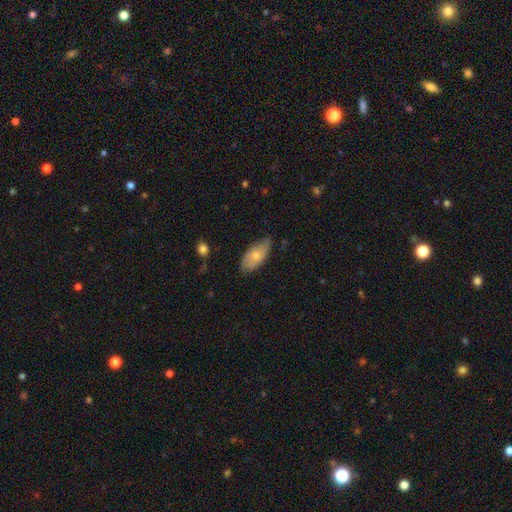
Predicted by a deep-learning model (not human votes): smooth 71%, featured or disk 23%, star or artifact 6%. Down the decision tree: how rounded — in between (92%); merging — none (68%).